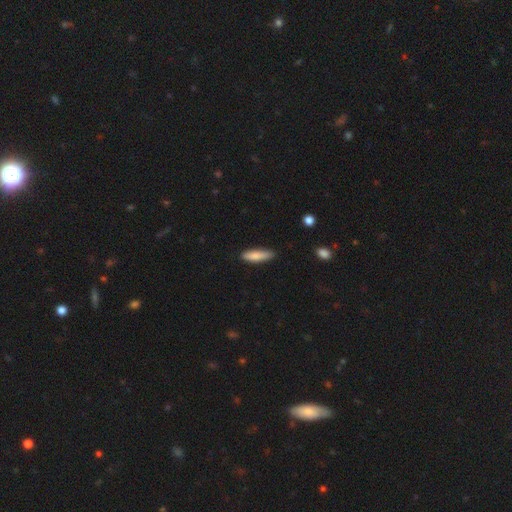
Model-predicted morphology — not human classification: A smooth galaxy with no disk features (82%) that is cigar-shaped (67%). Merging: none (82%).